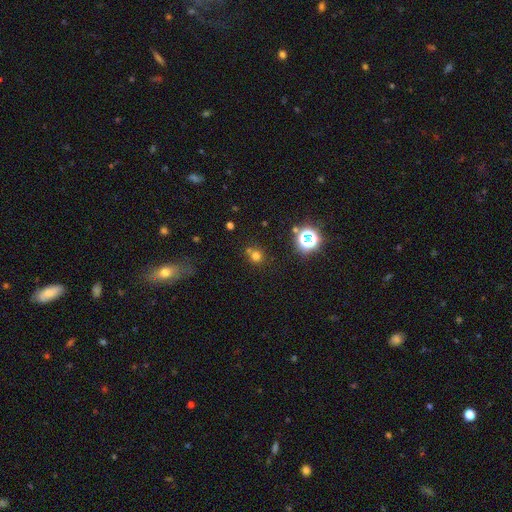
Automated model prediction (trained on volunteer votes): Smooth or featured: smooth — 66% (star or artifact — 26%)
How rounded: round — 88% (in between — 11%)
Merging: none — 66% (merger — 21%)